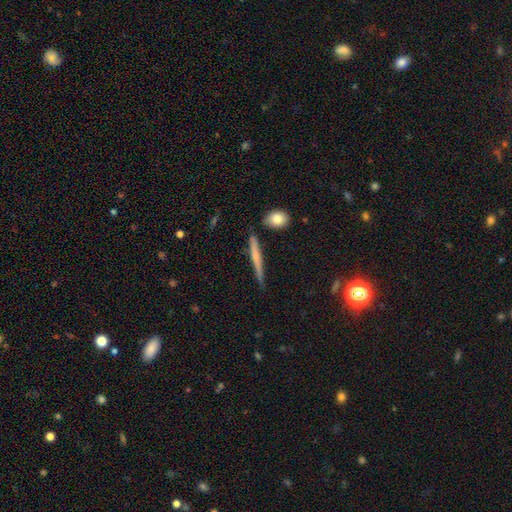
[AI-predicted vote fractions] A smooth galaxy with no disk features (49%). Merging: none (80%).